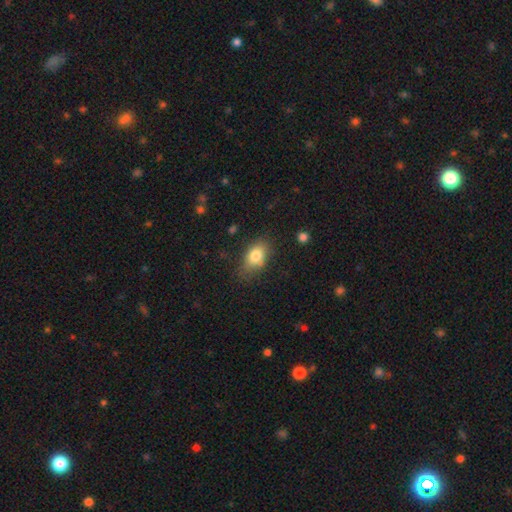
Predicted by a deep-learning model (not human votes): smooth-or-featured: smooth: 81% | featured or disk: 11% | star or artifact: 8%
  how-rounded: in between: 84% | round: 13% | cigar-shaped: 3%
  merging: none: 67% | minor disturbance: 24% | major disturbance: 7% | merger: 2%